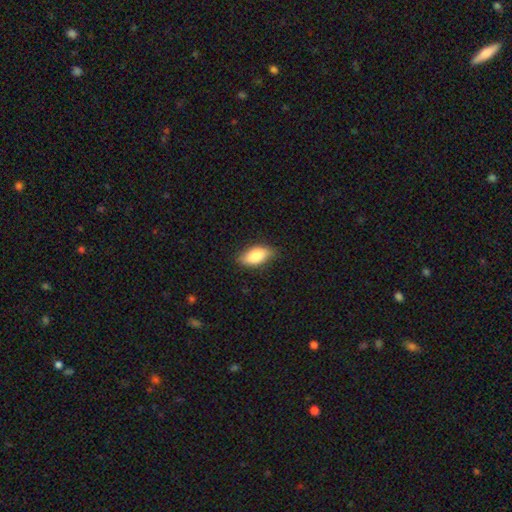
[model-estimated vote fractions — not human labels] A smooth galaxy with no disk features (82%) that is in between round and cigar-shaped (90%).

Vote fractions:
- Smooth or featured? smooth: 82% / featured or disk: 12% / star or artifact: 6%
- How rounded? in between: 90% / cigar-shaped: 7% / round: 3%
- Merging? none: 83% / minor disturbance: 14% / major disturbance: 2% / merger: 1%